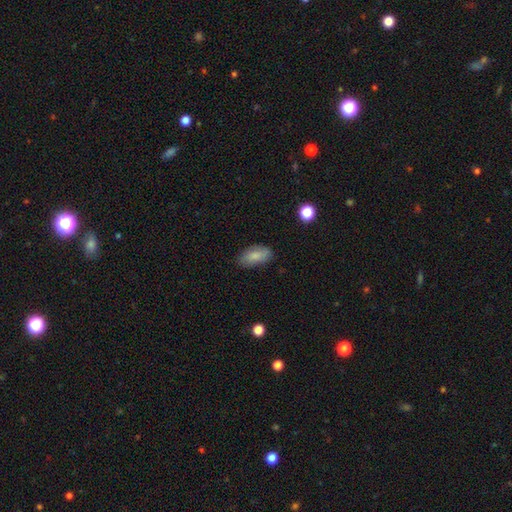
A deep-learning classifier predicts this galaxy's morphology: Smooth or featured? smooth (82%)
How rounded? in between (92%)
Merging? none (81%)